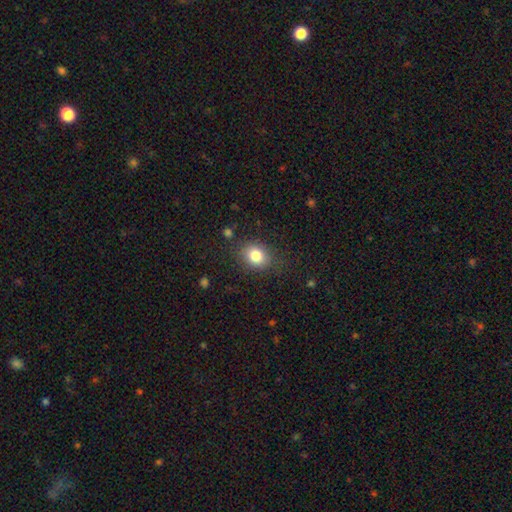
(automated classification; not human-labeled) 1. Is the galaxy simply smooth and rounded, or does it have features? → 81% smooth, 10% star or artifact, 8% featured or disk.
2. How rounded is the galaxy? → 51% round, 48% in between, 1% cigar-shaped.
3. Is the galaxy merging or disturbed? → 81% none, 13% minor disturbance, 5% major disturbance, 2% merger.